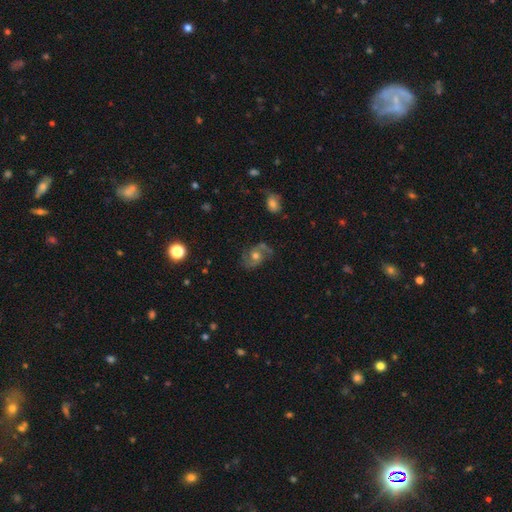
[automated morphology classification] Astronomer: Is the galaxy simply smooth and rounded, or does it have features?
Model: featured or disk — 77%.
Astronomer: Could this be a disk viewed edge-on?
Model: no — 97%.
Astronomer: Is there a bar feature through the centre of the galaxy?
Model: no — 64%.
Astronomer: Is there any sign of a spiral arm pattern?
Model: yes — 93%.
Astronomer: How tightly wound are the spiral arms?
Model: medium — 53%.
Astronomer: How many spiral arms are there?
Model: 2 — 89%.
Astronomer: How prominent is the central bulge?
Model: moderate — 69%.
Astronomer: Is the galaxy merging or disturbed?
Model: none — 74%.